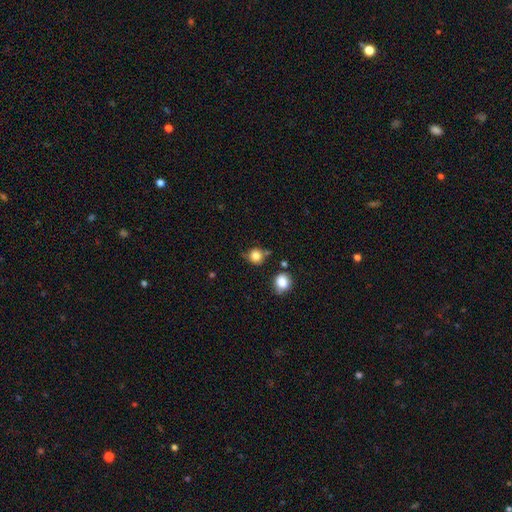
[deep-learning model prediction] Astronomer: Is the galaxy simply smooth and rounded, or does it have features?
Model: smooth — 81%.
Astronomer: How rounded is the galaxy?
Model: round — 86%.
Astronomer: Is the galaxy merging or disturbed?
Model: none — 68%.